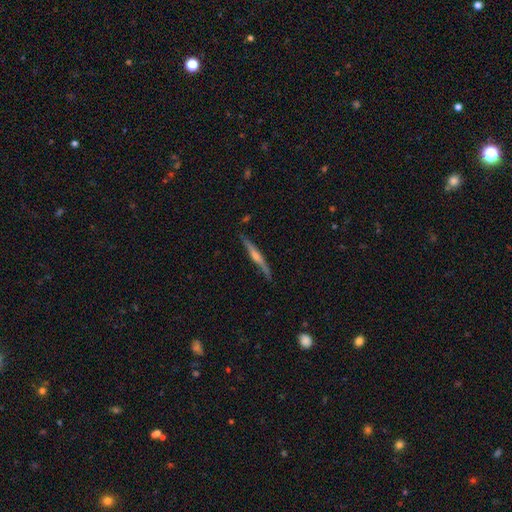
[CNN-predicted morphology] featured or disk 76%, smooth 19%, star or artifact 6%. Down the decision tree: edge-on disk — yes (98%); edge-on bulge — rounded (77%); merging — none (87%).